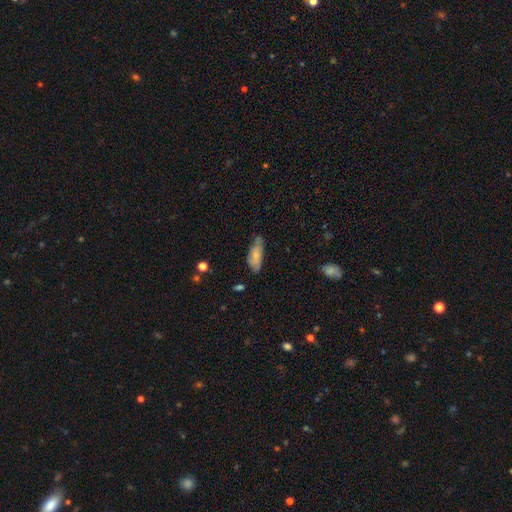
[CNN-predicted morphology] Q: Smooth or featured?
A: smooth (68%); runner-up: featured or disk (25%)
Q: How rounded?
A: in between (78%); runner-up: cigar-shaped (20%)
Q: Merging?
A: none (55%); runner-up: minor disturbance (34%)